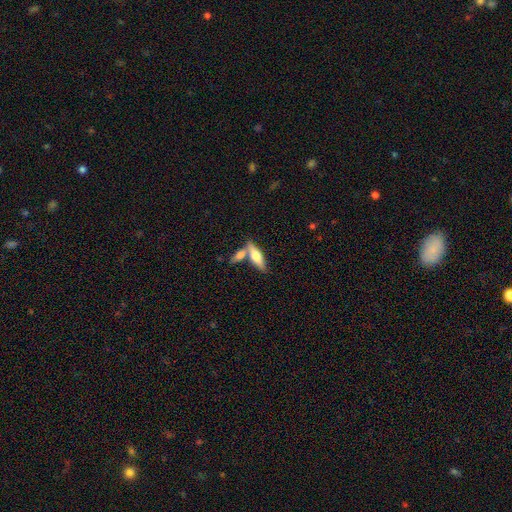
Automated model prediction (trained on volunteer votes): Smooth or featured: smooth — 63% (featured or disk — 31%)
How rounded: in between — 54% (cigar-shaped — 44%)
Merging: none — 49% (merger — 38%)